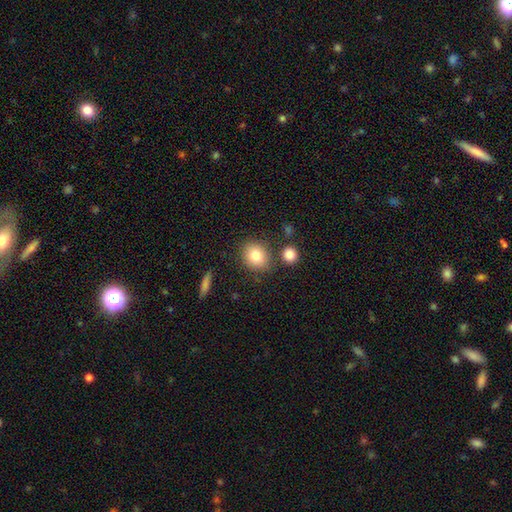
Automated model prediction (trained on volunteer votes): smooth_or_featured: smooth (p=0.82) [alt: star or artifact p=0.09]
how_rounded: round (p=0.64) [alt: in between p=0.35]
merging: none (p=0.78) [alt: minor disturbance p=0.11]